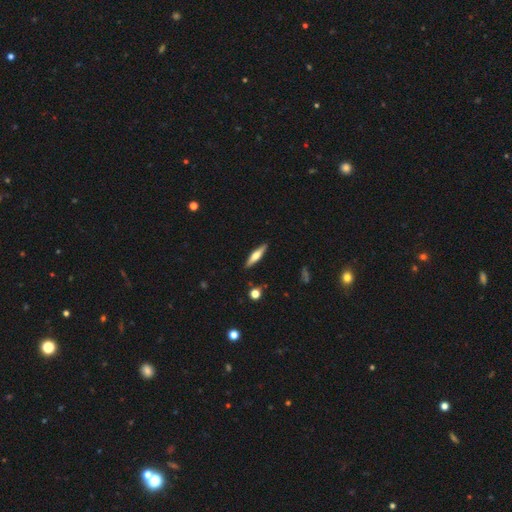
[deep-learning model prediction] Morphology: type=featured or disk (49%); merging=none (89%).